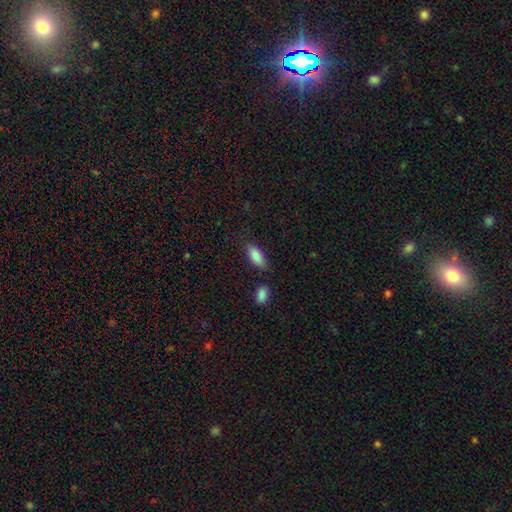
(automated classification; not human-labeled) Morphology: type=smooth (86%); roundness=in between (82%); merging=none (70%).